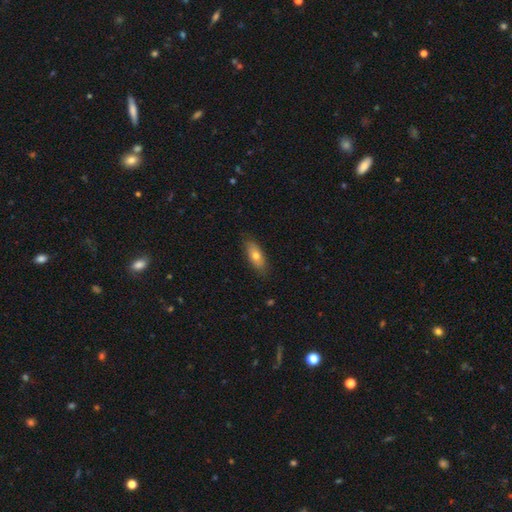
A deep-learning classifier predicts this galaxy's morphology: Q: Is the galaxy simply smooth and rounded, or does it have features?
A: smooth — 70%.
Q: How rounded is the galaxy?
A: in between — 76%.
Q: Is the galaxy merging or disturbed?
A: none — 82%.